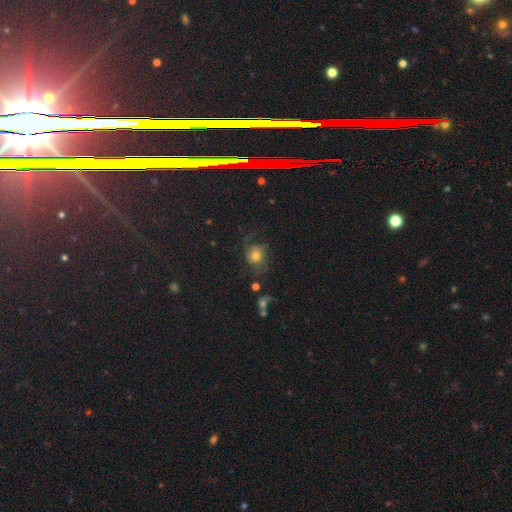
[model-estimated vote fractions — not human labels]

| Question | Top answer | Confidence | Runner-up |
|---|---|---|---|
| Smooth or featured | featured or disk | 50% | smooth (37%) |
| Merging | none | 53% | major disturbance (24%) |